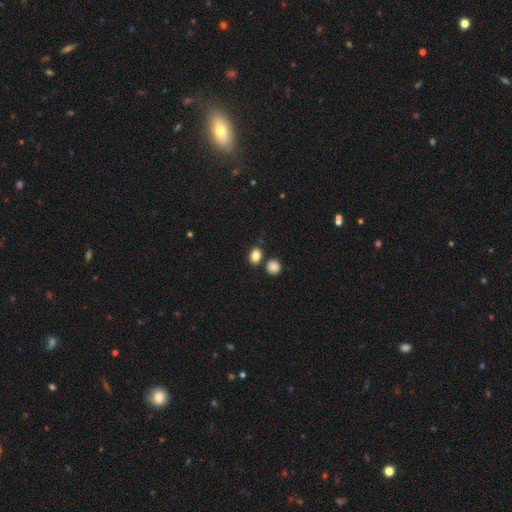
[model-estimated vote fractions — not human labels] Smooth or featured?
  - smooth: 84% *
  - star or artifact: 11%
  - featured or disk: 5%
How rounded?
  - in between: 53% *
  - round: 46%
  - cigar-shaped: 1%
Merging?
  - none: 75% *
  - merger: 12%
  - minor disturbance: 10%
  - major disturbance: 3%